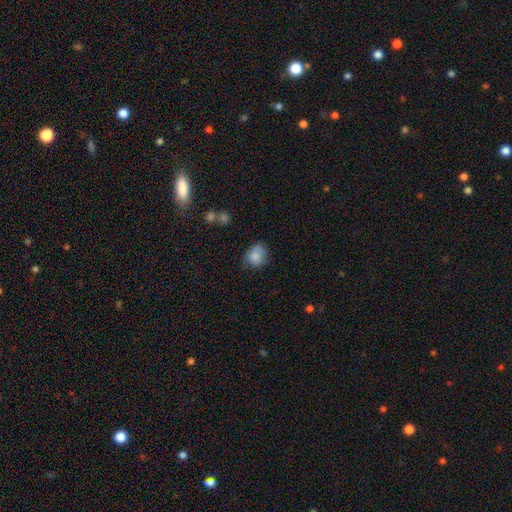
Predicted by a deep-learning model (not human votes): Q: Smooth or featured?
A: smooth (83%); runner-up: featured or disk (9%)
Q: How rounded?
A: round (55%); runner-up: in between (44%)
Q: Merging?
A: none (60%); runner-up: minor disturbance (30%)